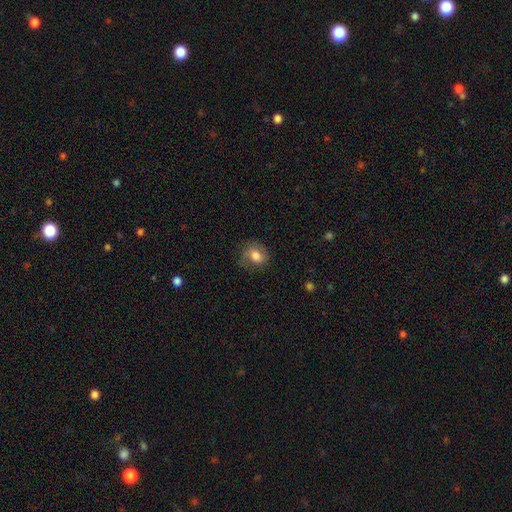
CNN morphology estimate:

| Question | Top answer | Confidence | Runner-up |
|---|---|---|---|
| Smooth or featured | smooth | 73% | featured or disk (18%) |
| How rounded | round | 59% | in between (40%) |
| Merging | none | 62% | minor disturbance (24%) |